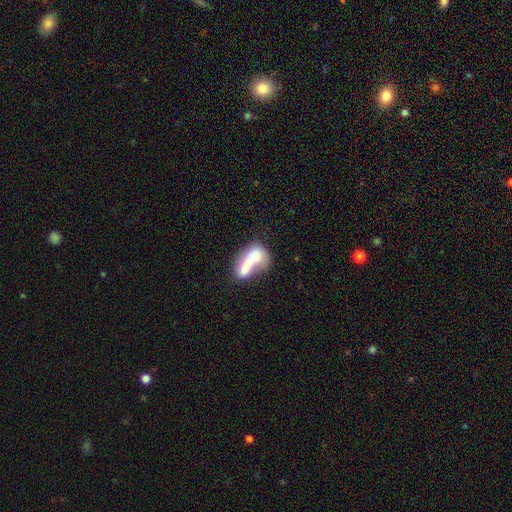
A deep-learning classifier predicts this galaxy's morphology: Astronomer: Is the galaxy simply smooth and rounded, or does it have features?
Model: smooth — 61%.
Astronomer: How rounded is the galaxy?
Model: in between — 69%.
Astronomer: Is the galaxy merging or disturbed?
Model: merger — 57%.